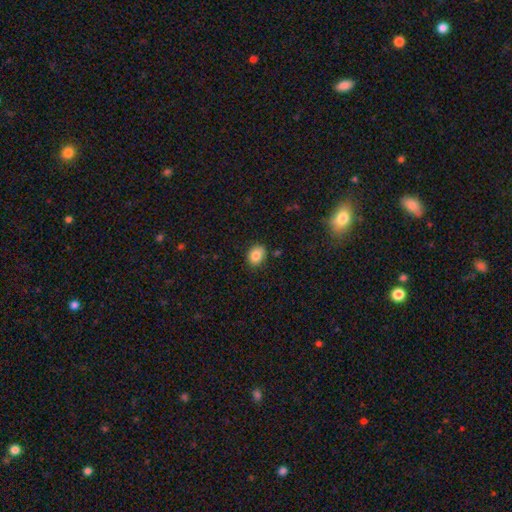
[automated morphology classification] smooth-or-featured: smooth: 83% | star or artifact: 9% | featured or disk: 7%
  how-rounded: in between: 55% | round: 44% | cigar-shaped: 1%
  merging: none: 78% | minor disturbance: 17% | major disturbance: 3% | merger: 3%